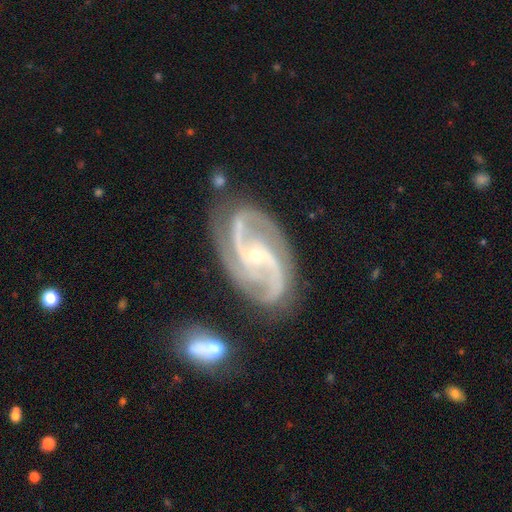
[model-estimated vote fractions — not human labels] This is clearly a featured or disk galaxy (93%). It is clearly not viewed edge-on (97%). Bar: possibly no (51%). Spiral arm pattern: clearly yes (99%). Spiral arm count: likely 2 (63%). Spiral winding: possibly medium (58%). Central bulge: likely small (77%). Merging: likely none (70%).